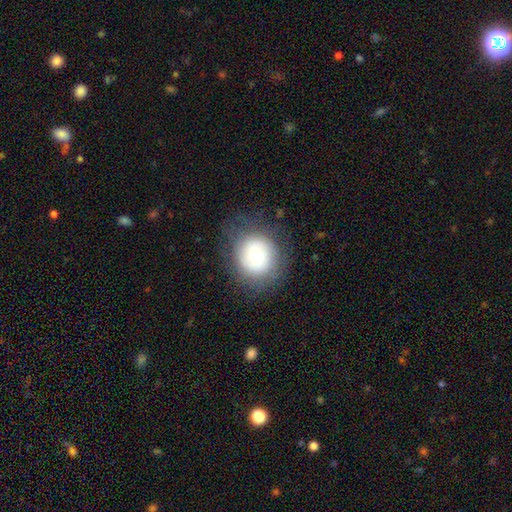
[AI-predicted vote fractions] A smooth galaxy with no disk features (57%) that is round (83%). Merging: none (75%).